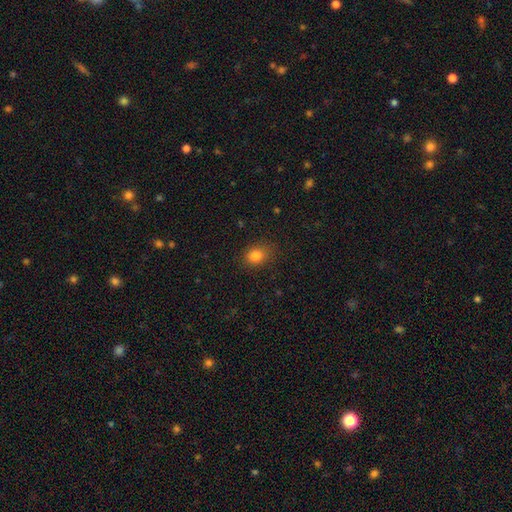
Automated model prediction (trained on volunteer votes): This appears to be a smooth galaxy with no disk features (83%) that is in between round and cigar-shaped (53%). Merging: none (80%).